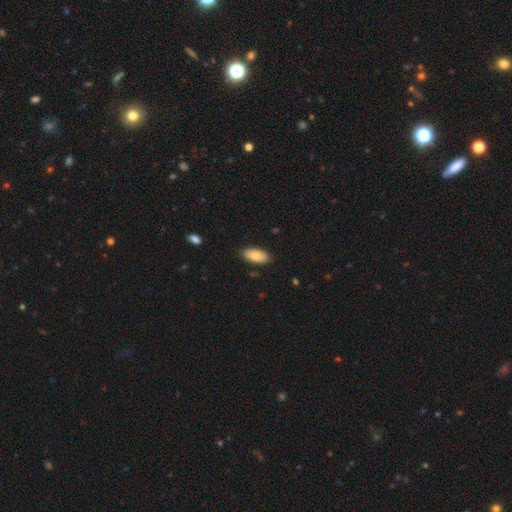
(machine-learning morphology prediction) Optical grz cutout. It shows a smooth galaxy with no disk features (79%) that is in between round and cigar-shaped (91%). Merging: none (86%).